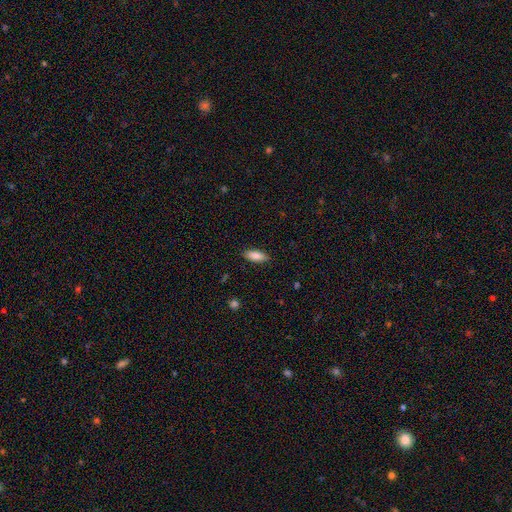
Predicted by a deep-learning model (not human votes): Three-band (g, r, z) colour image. It shows a smooth galaxy with no disk features (85%) that is in between round and cigar-shaped (78%). Merging: none (88%).